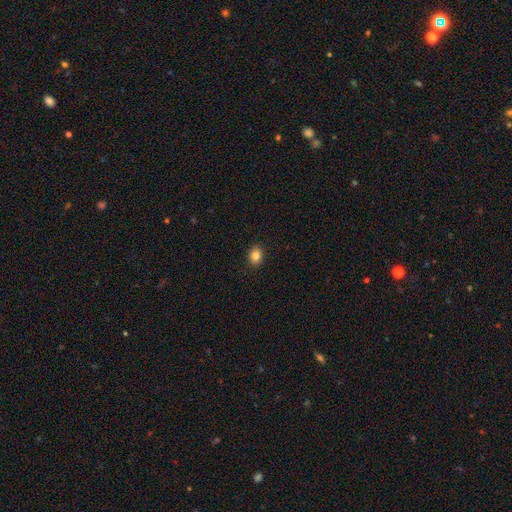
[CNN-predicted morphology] The model was most divided on "how rounded": in between: 58%, round: 41%, cigar-shaped: 1%. More confident: merging — none (90%); smooth or featured — smooth (85%).